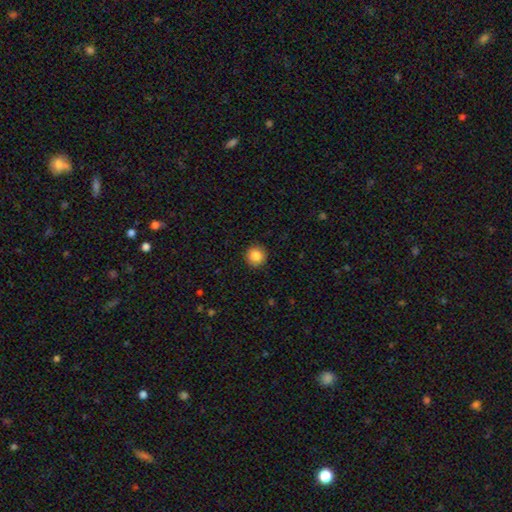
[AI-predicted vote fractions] Overall: smooth (86%). How rounded: round (94%). Merging: none (92%).